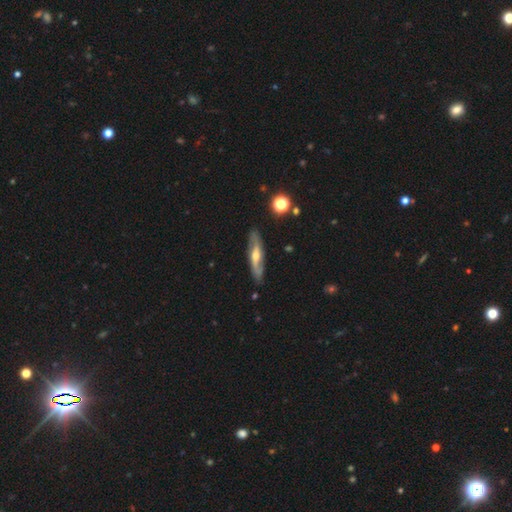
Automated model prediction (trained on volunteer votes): Q: Smooth or featured?
A: featured or disk (73%); runner-up: smooth (22%)
Q: Edge-on disk?
A: no (64%); runner-up: yes (36%)
Q: Merging?
A: none (82%); runner-up: minor disturbance (13%)